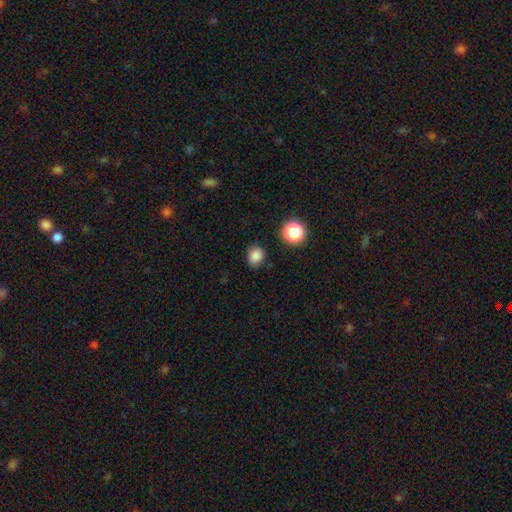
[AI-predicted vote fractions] smooth_or_featured: smooth (p=0.83) [alt: star or artifact p=0.13]
how_rounded: round (p=0.61) [alt: in between p=0.38]
merging: none (p=0.84) [alt: minor disturbance p=0.11]